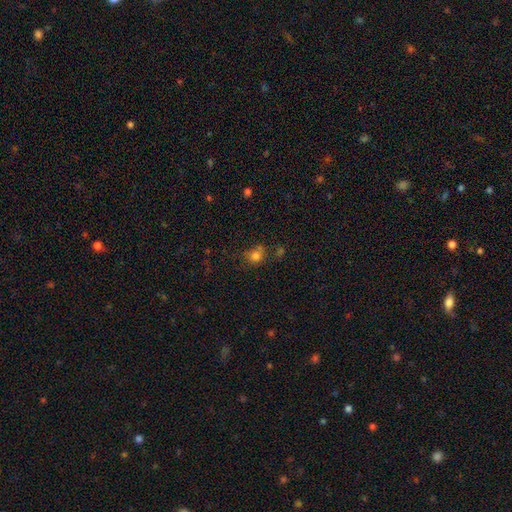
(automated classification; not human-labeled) Smooth or featured: smooth — 77% (star or artifact — 15%)
How rounded: round — 74% (in between — 25%)
Merging: none — 55% (minor disturbance — 20%)